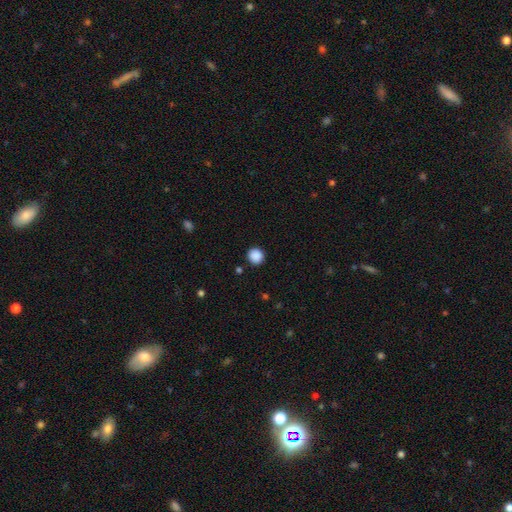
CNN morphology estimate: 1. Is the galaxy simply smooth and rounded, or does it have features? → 88% smooth, 9% star or artifact, 2% featured or disk.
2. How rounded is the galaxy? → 93% round, 6% in between, 1% cigar-shaped.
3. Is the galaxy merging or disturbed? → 91% none, 6% minor disturbance, 2% major disturbance, 2% merger.